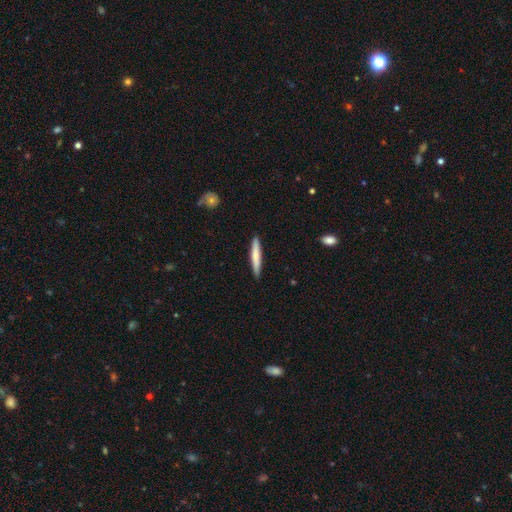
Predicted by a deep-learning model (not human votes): smooth_or_featured: smooth (p=0.69) [alt: featured or disk p=0.26]
how_rounded: cigar-shaped (p=0.94) [alt: in between p=0.05]
merging: none (p=0.90) [alt: minor disturbance p=0.08]